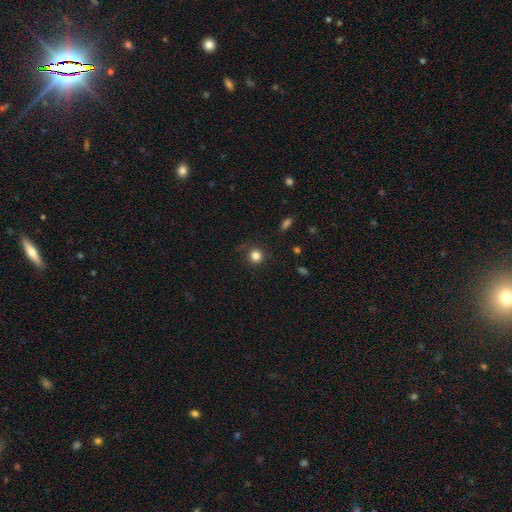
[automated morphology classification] A smooth galaxy with no disk features (82%) that is round (93%). Merging: none (83%).